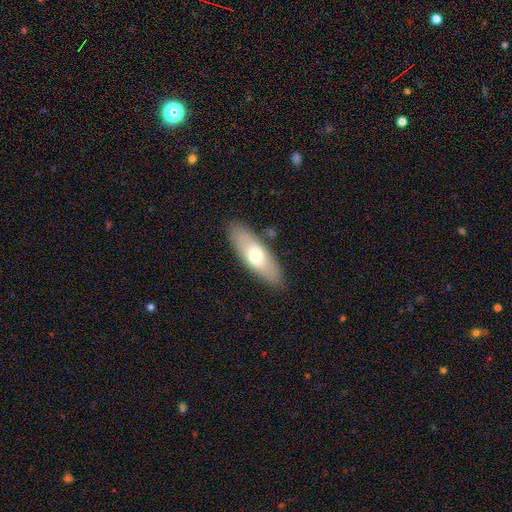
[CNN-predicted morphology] A smooth galaxy with no disk features (60%) that is in between round and cigar-shaped (63%).

Vote fractions:
- Smooth or featured? smooth: 60% / featured or disk: 33% / star or artifact: 6%
- How rounded? in between: 63% / cigar-shaped: 35% / round: 2%
- Merging? none: 86% / minor disturbance: 10% / major disturbance: 3% / merger: 2%